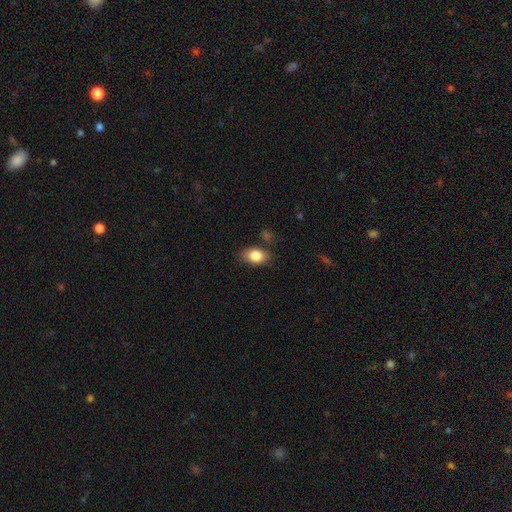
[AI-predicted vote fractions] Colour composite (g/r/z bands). It shows a smooth galaxy with no disk features (83%) that is in between round and cigar-shaped (84%). Merging: none (76%).